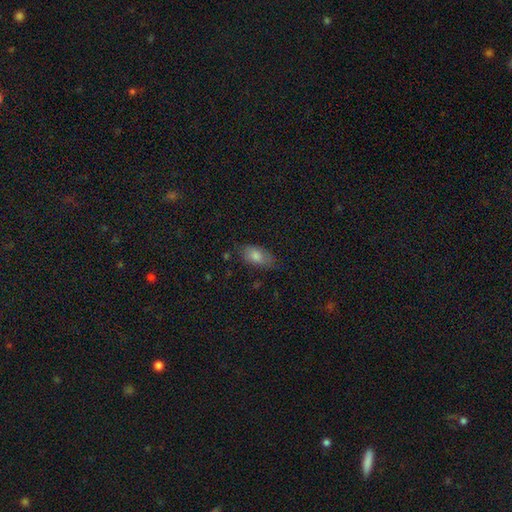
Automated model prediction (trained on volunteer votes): Smooth or featured: smooth — 77% (featured or disk — 12%)
How rounded: in between — 88% (cigar-shaped — 7%)
Merging: none — 74% (minor disturbance — 20%)